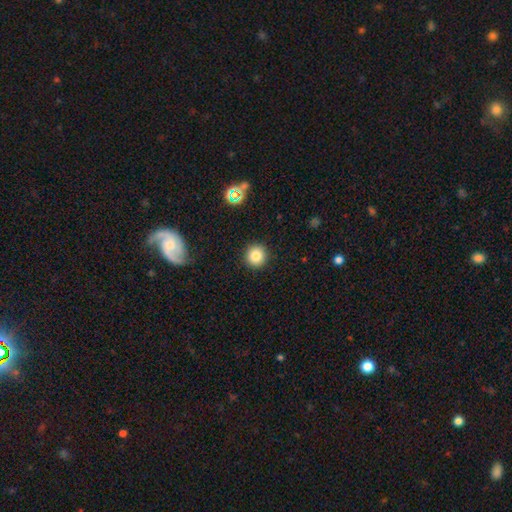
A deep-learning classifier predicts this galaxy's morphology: type=smooth (82%); roundness=round (95%); merging=none (92%).